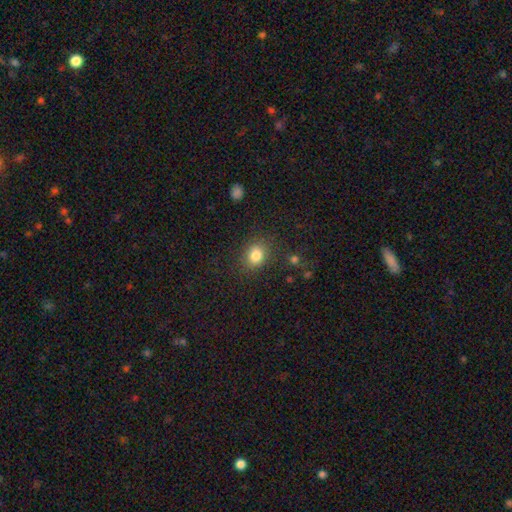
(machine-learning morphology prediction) A smooth galaxy with no disk features (83%) that is round (54%). Merging: none (82%).